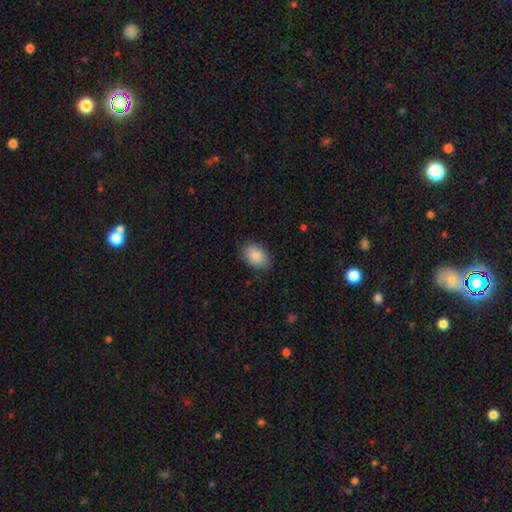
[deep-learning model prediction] Overall: smooth (89%). How rounded: in between (89%). Merging: none (85%).